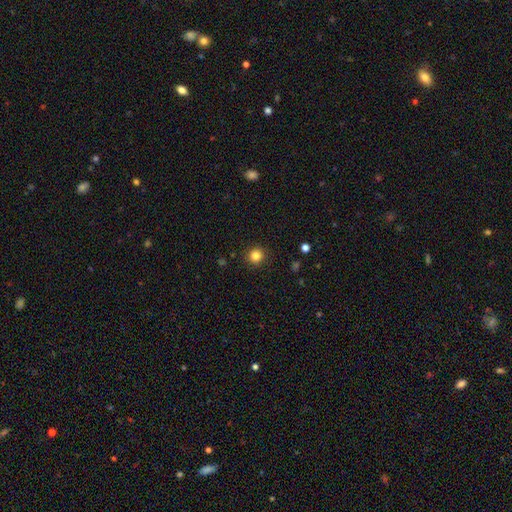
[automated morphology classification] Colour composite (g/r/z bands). It shows a smooth galaxy with no disk features (84%) that is round (93%). Merging: none (91%).